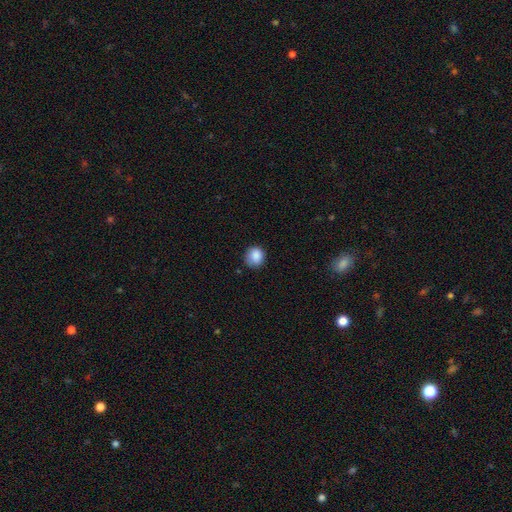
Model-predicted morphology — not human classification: This is clearly a smooth galaxy (87%). How rounded: clearly round (84%). Merging: likely none (77%).